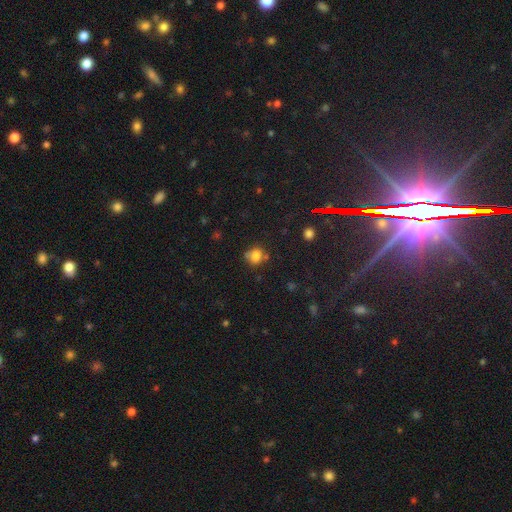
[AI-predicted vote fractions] Overall: smooth (78%). How rounded: round (76%). Merging: none (60%).